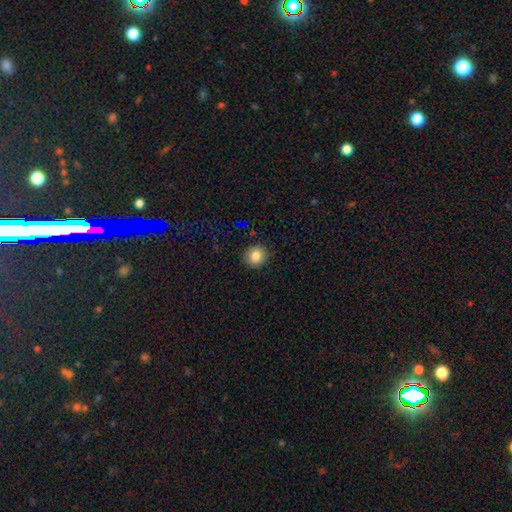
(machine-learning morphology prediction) Q: Smooth or featured?
A: smooth (81%); runner-up: star or artifact (11%)
Q: How rounded?
A: round (89%); runner-up: in between (10%)
Q: Merging?
A: none (90%); runner-up: minor disturbance (7%)